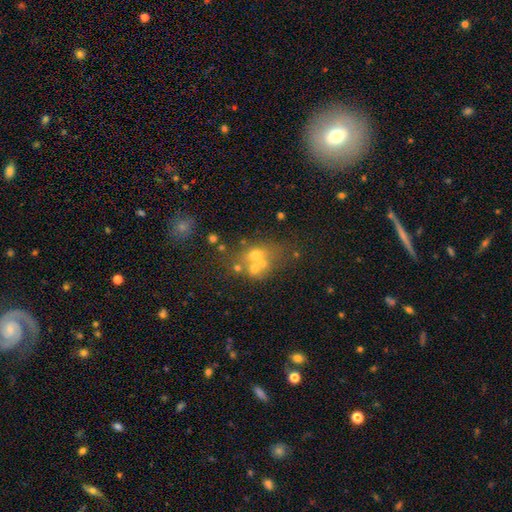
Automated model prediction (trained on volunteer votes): smooth_or_featured: smooth (p=0.47) [alt: featured or disk p=0.30]
merging: merger (p=0.46) [alt: none p=0.37]